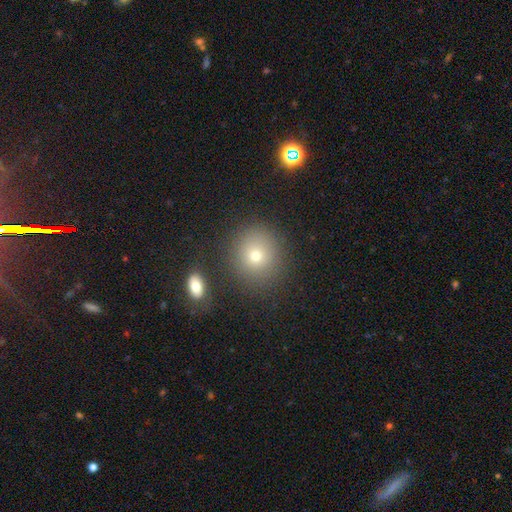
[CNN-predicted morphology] Q: Smooth or featured?
A: smooth (74%); runner-up: star or artifact (15%)
Q: How rounded?
A: round (88%); runner-up: in between (11%)
Q: Merging?
A: none (84%); runner-up: minor disturbance (8%)